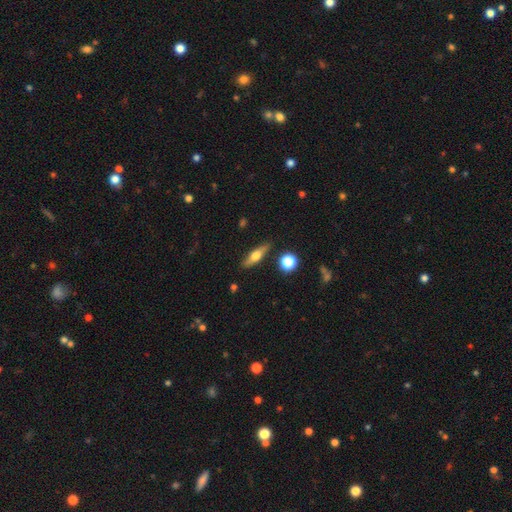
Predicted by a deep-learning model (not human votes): featured or disk 51%, smooth 42%, star or artifact 7%. Down the decision tree: edge-on disk — yes (91%); merging — none (86%).